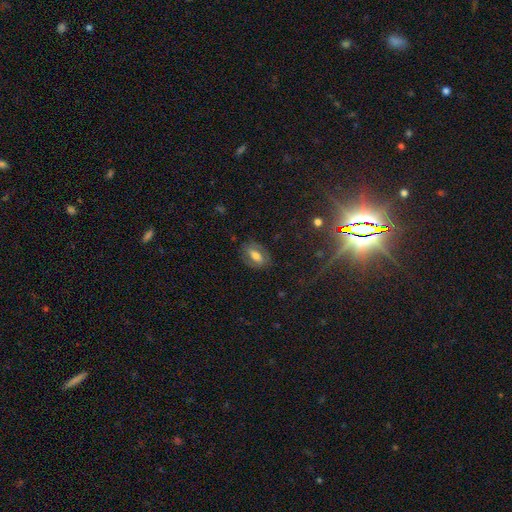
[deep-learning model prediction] A smooth galaxy with no disk features (52%) that is in between round and cigar-shaped (83%).

Vote fractions:
- Smooth or featured? smooth: 52% / featured or disk: 39% / star or artifact: 10%
- How rounded? in between: 83% / round: 11% / cigar-shaped: 6%
- Merging? none: 78% / minor disturbance: 15% / major disturbance: 6% / merger: 1%